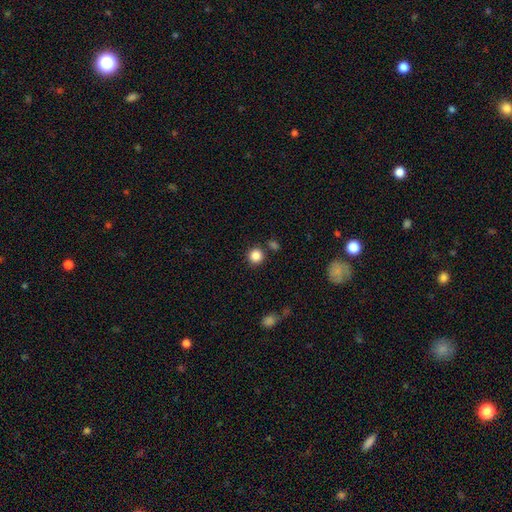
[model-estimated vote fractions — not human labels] This is clearly a smooth galaxy (86%). How rounded: clearly round (93%). Merging: clearly none (84%).